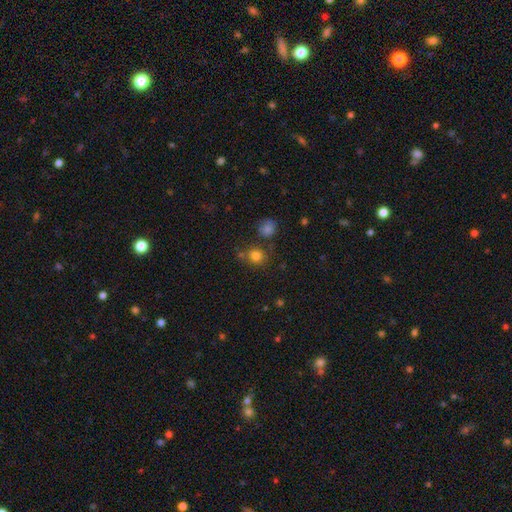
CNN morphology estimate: A smooth galaxy with no disk features (79%) that is round (84%).

Vote fractions:
- Smooth or featured? smooth: 79% / star or artifact: 14% / featured or disk: 7%
- How rounded? round: 84% / in between: 15% / cigar-shaped: 1%
- Merging? none: 74% / merger: 11% / minor disturbance: 11% / major disturbance: 4%